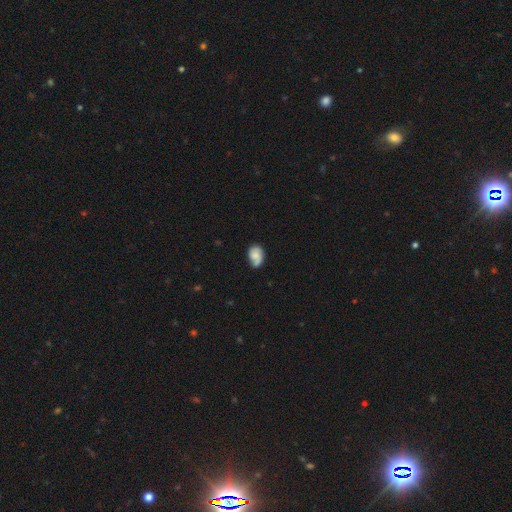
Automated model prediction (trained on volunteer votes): Q: Smooth or featured?
A: smooth (52%); runner-up: featured or disk (40%)
Q: How rounded?
A: in between (76%); runner-up: round (23%)
Q: Merging?
A: none (55%); runner-up: minor disturbance (30%)